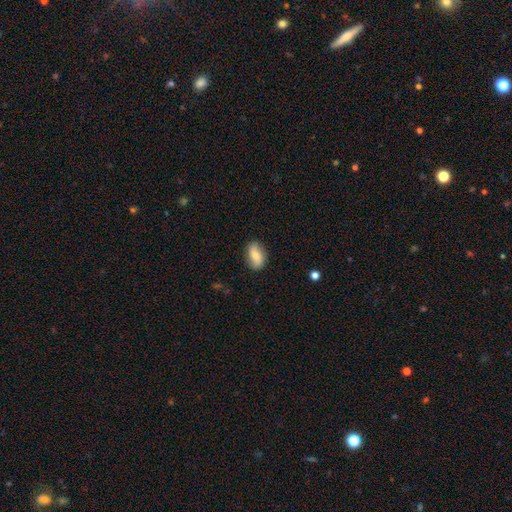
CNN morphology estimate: type=smooth (66%); roundness=in between (88%); merging=none (83%).